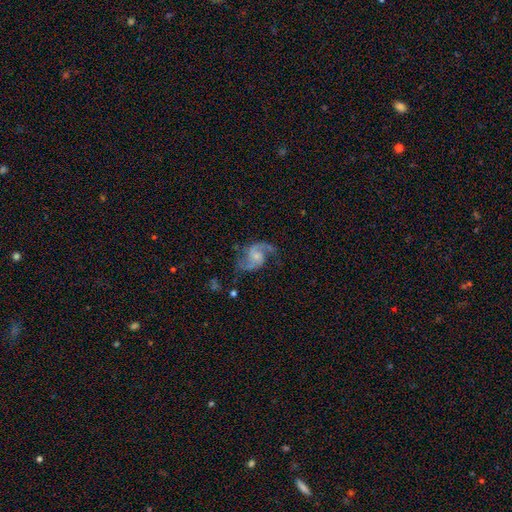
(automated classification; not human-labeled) This appears to be a featured or disk galaxy (88%) with no bar (57%), 2 (92%) medium (50%) spiral arms (97%) and a small central bulge (48%). Merging: none (67%).